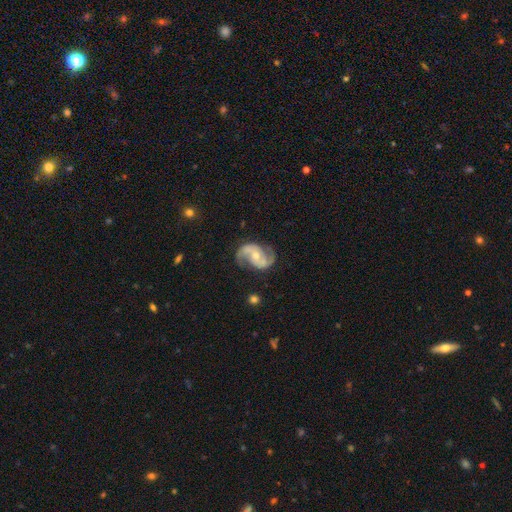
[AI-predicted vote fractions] This is clearly a featured or disk galaxy (89%). It is clearly not viewed edge-on (98%). Bar: possibly no (51%). Spiral arm pattern: clearly yes (97%). Spiral arm count: clearly 2 (93%). Spiral winding: possibly medium (55%). Central bulge: possibly moderate (51%). Merging: likely none (76%).